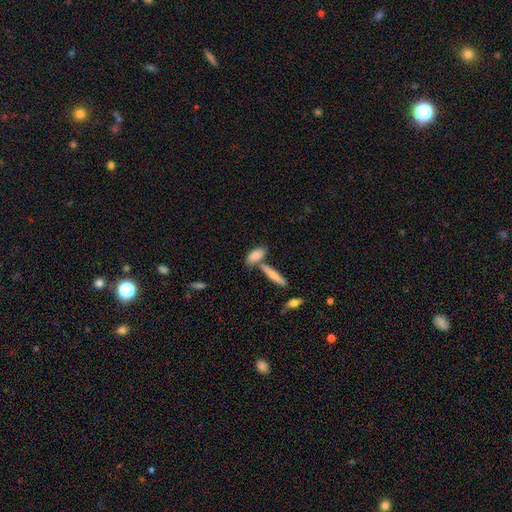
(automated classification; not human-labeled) Smooth or featured: smooth — 77% (featured or disk — 17%)
How rounded: in between — 70% (cigar-shaped — 27%)
Merging: none — 51% (merger — 34%)